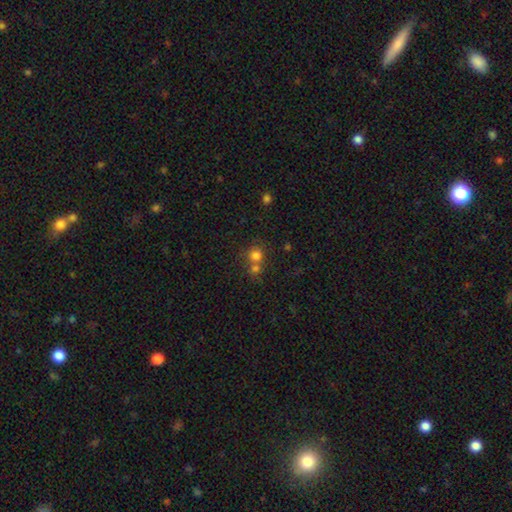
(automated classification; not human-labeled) smooth-or-featured: smooth: 77% | star or artifact: 14% | featured or disk: 9%
  how-rounded: round: 88% | in between: 11% | cigar-shaped: 1%
  merging: none: 49% | merger: 42% | minor disturbance: 6% | major disturbance: 3%